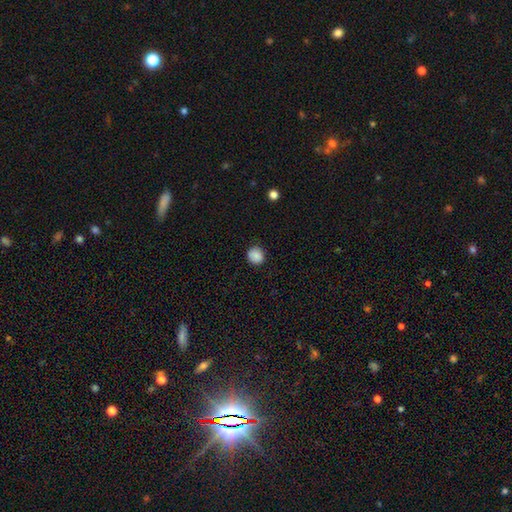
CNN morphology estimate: Smooth or featured?
  - smooth: 87% *
  - star or artifact: 9%
  - featured or disk: 4%
How rounded?
  - round: 89% *
  - in between: 10%
  - cigar-shaped: 1%
Merging?
  - none: 87% *
  - minor disturbance: 9%
  - major disturbance: 2%
  - merger: 1%